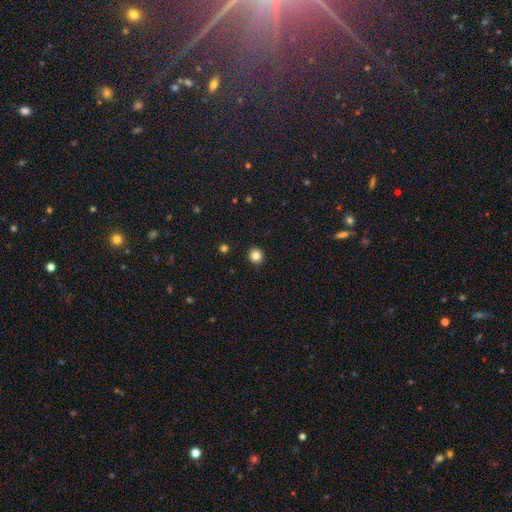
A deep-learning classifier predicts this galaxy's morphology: Smooth or featured: smooth — 84% (star or artifact — 12%)
How rounded: round — 92% (in between — 7%)
Merging: none — 93% (minor disturbance — 4%)